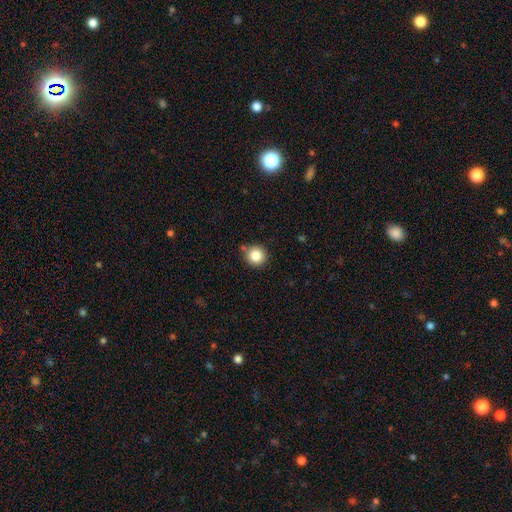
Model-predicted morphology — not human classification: A smooth galaxy with no disk features (84%) that is round (93%). Merging: none (83%).